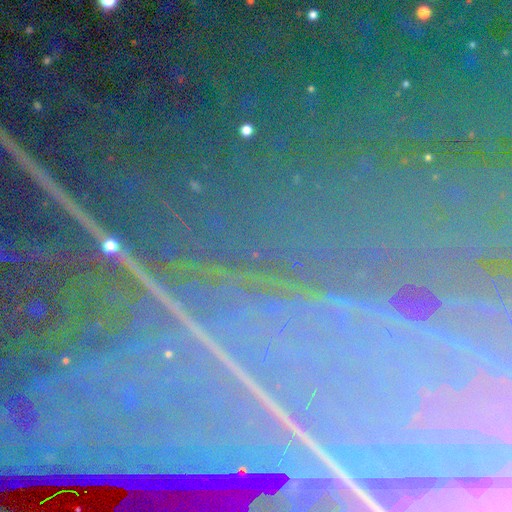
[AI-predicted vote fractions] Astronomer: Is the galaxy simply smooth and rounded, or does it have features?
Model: star or artifact — 88%.